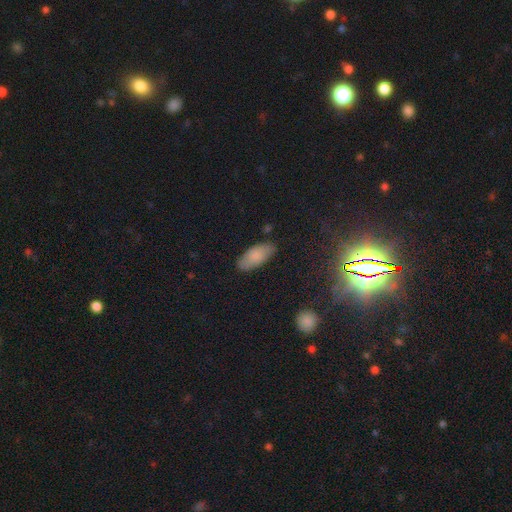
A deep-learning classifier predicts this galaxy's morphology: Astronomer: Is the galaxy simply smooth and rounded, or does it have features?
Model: smooth — 81%.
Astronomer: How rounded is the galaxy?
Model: in between — 87%.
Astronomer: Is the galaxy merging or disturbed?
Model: none — 82%.